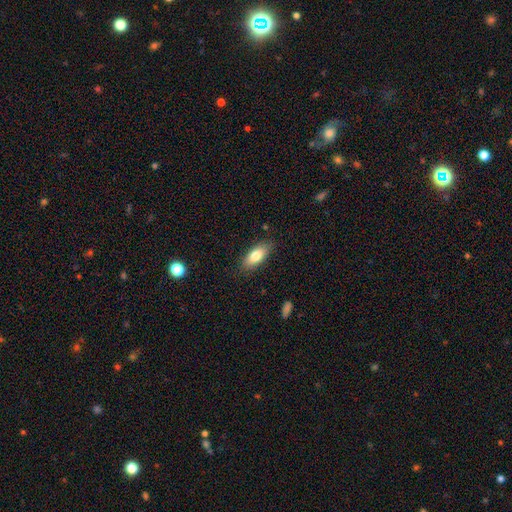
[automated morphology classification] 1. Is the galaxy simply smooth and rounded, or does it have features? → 79% smooth, 14% featured or disk, 7% star or artifact.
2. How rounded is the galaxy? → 82% in between, 15% cigar-shaped, 3% round.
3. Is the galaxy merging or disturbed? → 85% none, 11% minor disturbance, 2% major disturbance, 1% merger.